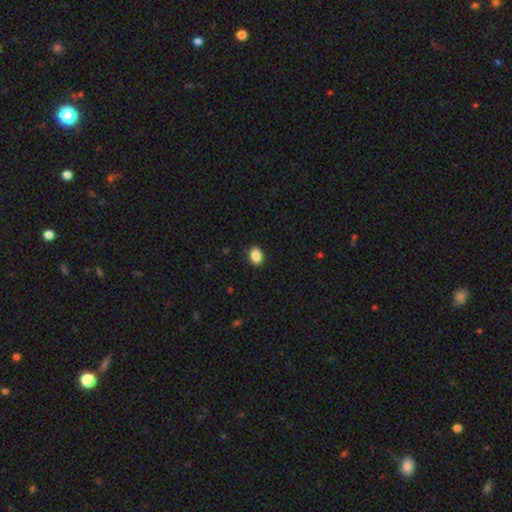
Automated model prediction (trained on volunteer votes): Smooth or featured: smooth — 88% (star or artifact — 8%)
How rounded: in between — 83% (round — 16%)
Merging: none — 88% (minor disturbance — 9%)